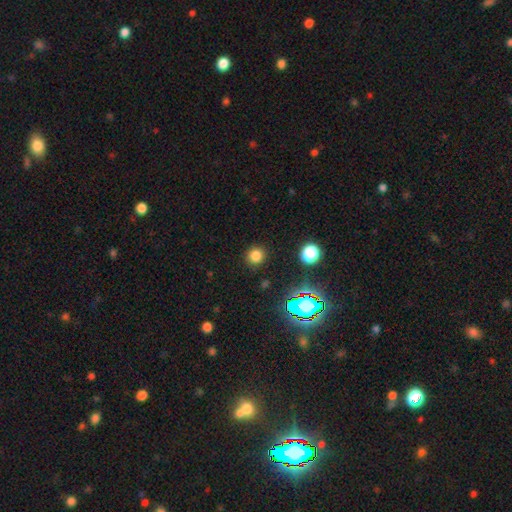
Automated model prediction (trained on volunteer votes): This appears to be a smooth galaxy with no disk features (77%) that is round (92%). Merging: none (89%).